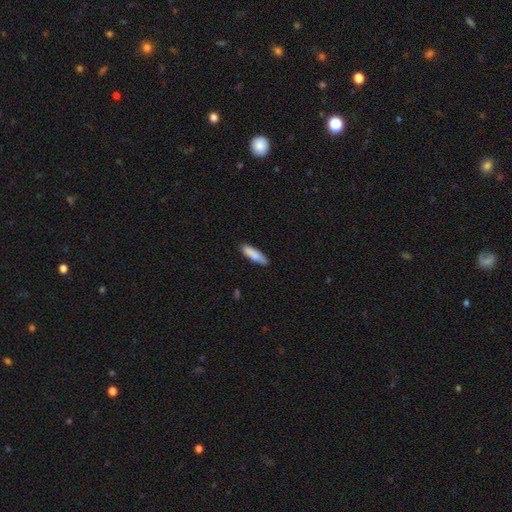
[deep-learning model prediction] Q: Smooth or featured?
A: smooth (85%); runner-up: featured or disk (9%)
Q: How rounded?
A: cigar-shaped (68%); runner-up: in between (30%)
Q: Merging?
A: none (85%); runner-up: minor disturbance (11%)